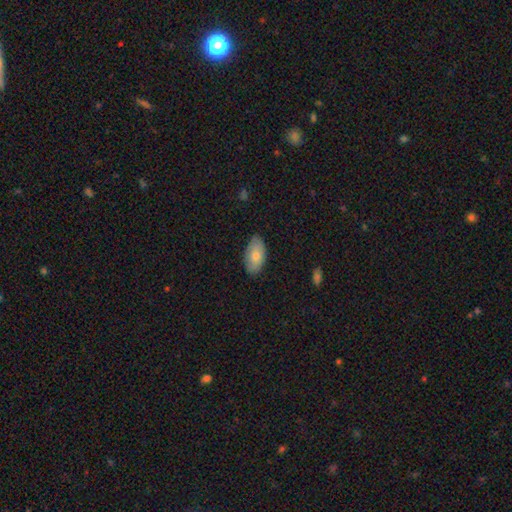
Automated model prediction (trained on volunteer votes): The model was most divided on "smooth or featured": smooth: 77%, featured or disk: 17%, star or artifact: 6%. More confident: how rounded — in between (94%); merging — none (79%).